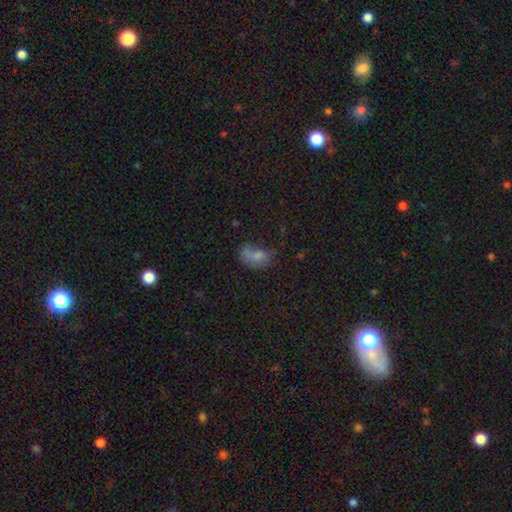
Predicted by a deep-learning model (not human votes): smooth 68%, featured or disk 18%, star or artifact 14%. Down the decision tree: how rounded — in between (84%); merging — none (31%).